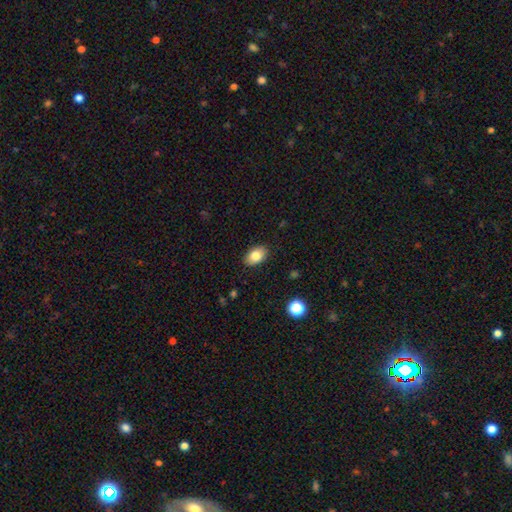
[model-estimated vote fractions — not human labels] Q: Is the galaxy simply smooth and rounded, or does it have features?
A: smooth — 82%.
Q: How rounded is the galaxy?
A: in between — 88%.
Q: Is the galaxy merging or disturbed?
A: none — 88%.